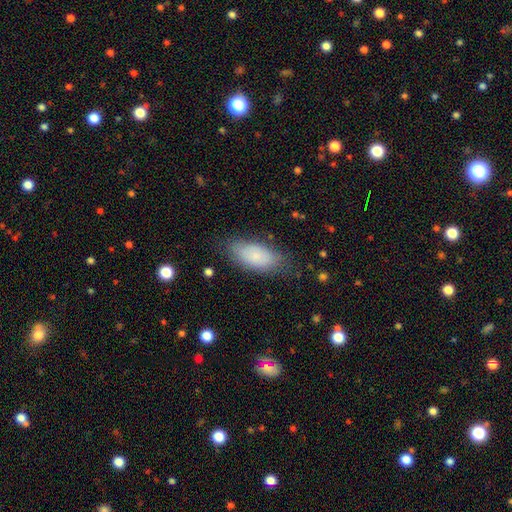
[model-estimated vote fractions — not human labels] A smooth galaxy with no disk features (81%) that is in between round and cigar-shaped (89%).

Vote fractions:
- Smooth or featured? smooth: 81% / featured or disk: 12% / star or artifact: 7%
- How rounded? in between: 89% / cigar-shaped: 9% / round: 3%
- Merging? none: 76% / minor disturbance: 17% / major disturbance: 5% / merger: 1%